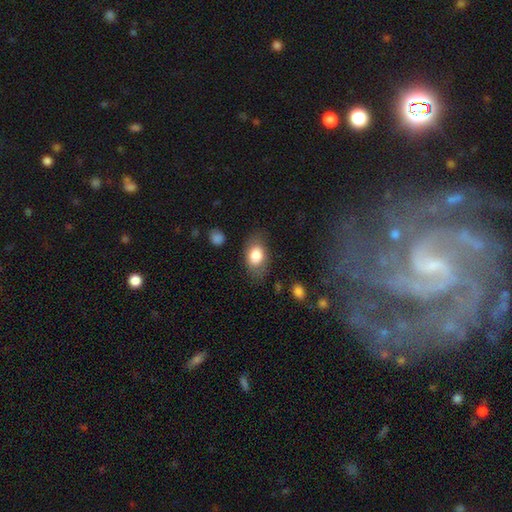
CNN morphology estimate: type=smooth (79%); roundness=in between (87%); merging=none (74%).